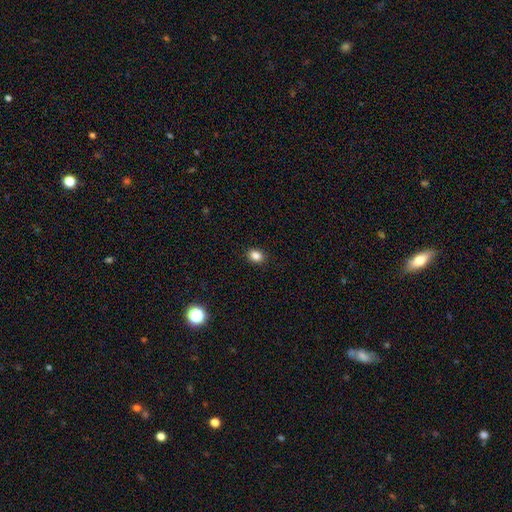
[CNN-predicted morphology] Smooth or featured? Predicted: smooth (p=0.85). How rounded? Predicted: in between (p=0.62). Merging? Predicted: none (p=0.90).